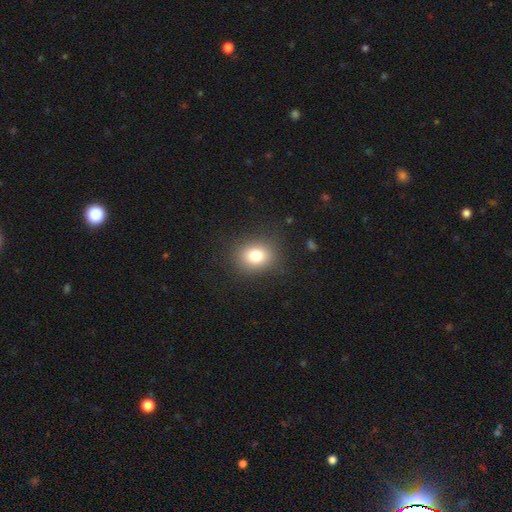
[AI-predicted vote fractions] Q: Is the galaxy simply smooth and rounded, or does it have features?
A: smooth — 79%.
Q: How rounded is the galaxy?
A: round — 59%.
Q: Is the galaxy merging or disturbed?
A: none — 86%.